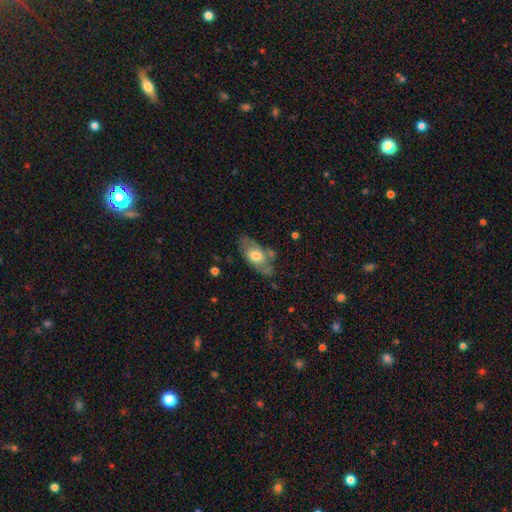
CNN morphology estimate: A featured or disk galaxy (48%).

Vote fractions:
- Smooth or featured? featured or disk: 48% / smooth: 46% / star or artifact: 6%
- Merging? none: 62% / minor disturbance: 23% / major disturbance: 9% / merger: 5%